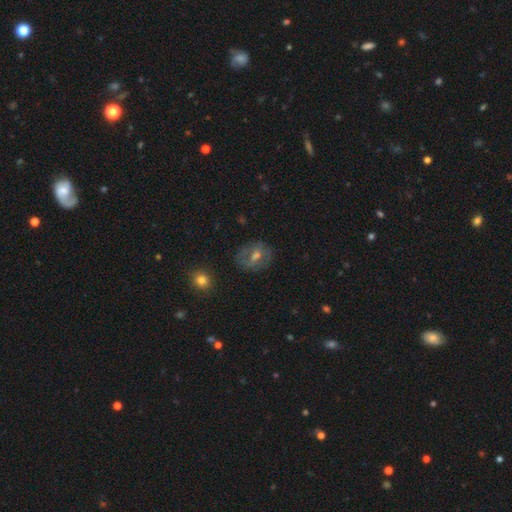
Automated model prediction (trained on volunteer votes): This is possibly a featured or disk galaxy (49%). Merging: likely none (77%).